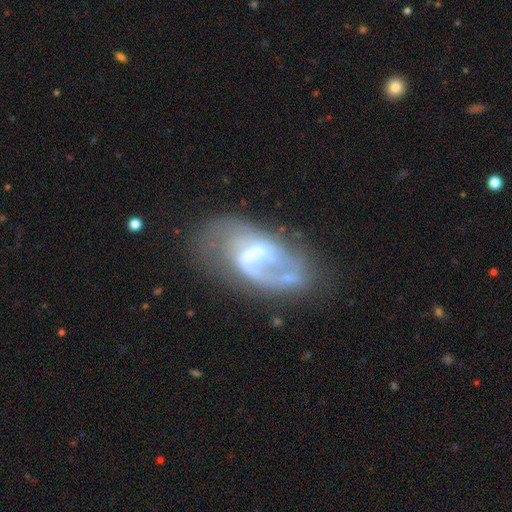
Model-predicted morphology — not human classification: featured or disk 76%, smooth 16%, star or artifact 8%. Down the decision tree: edge-on disk — no (95%); bar — weak (45%); spiral arms — yes (79%); spiral arm count — 2 (44%); spiral winding — loose (45%); bulge size — small (31%); merging — none (49%).